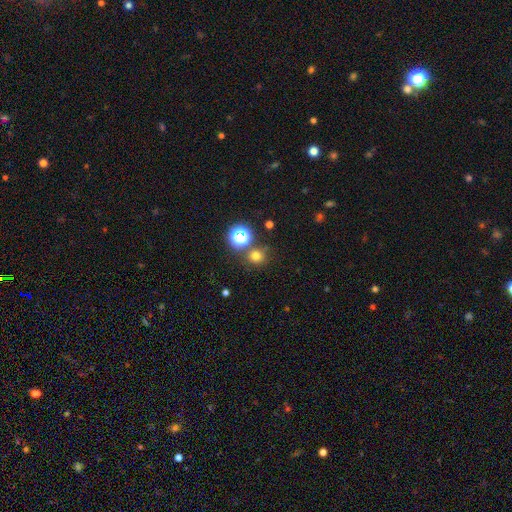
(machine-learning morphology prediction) Smooth or featured: smooth — 67% (star or artifact — 26%)
How rounded: round — 87% (in between — 12%)
Merging: none — 74% (merger — 13%)